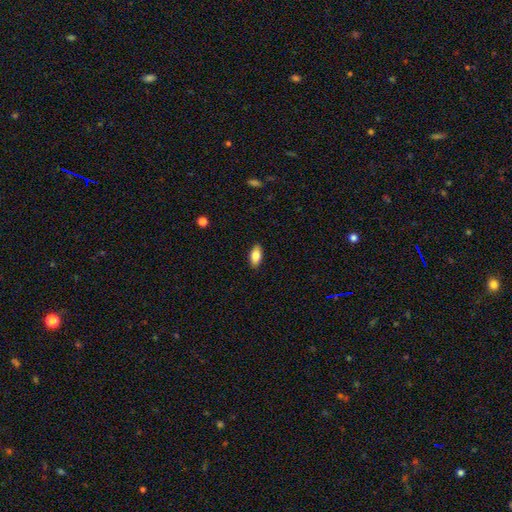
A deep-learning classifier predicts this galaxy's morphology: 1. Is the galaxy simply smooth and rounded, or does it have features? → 83% smooth, 9% featured or disk, 7% star or artifact.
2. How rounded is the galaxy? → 91% in between, 5% cigar-shaped, 3% round.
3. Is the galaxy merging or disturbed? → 89% none, 9% minor disturbance, 2% major disturbance, 1% merger.